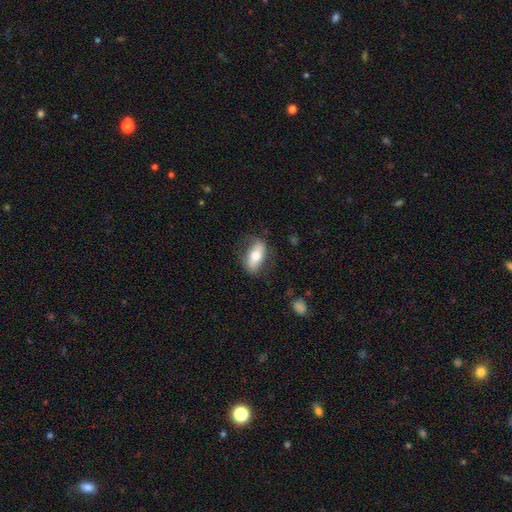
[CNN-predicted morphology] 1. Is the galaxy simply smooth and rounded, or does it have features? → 56% smooth, 38% featured or disk, 6% star or artifact.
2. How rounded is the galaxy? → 82% in between, 14% cigar-shaped, 5% round.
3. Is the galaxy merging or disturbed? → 73% none, 19% minor disturbance, 7% major disturbance, 1% merger.